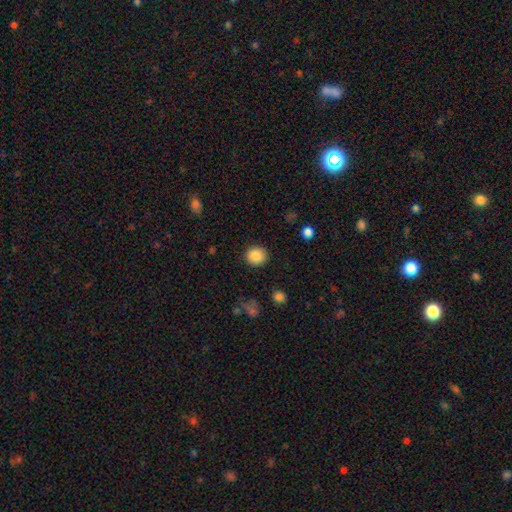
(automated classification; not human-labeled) smooth-or-featured: smooth: 87% | star or artifact: 9% | featured or disk: 4%
  how-rounded: round: 86% | in between: 13% | cigar-shaped: 1%
  merging: none: 90% | minor disturbance: 6% | major disturbance: 2% | merger: 1%